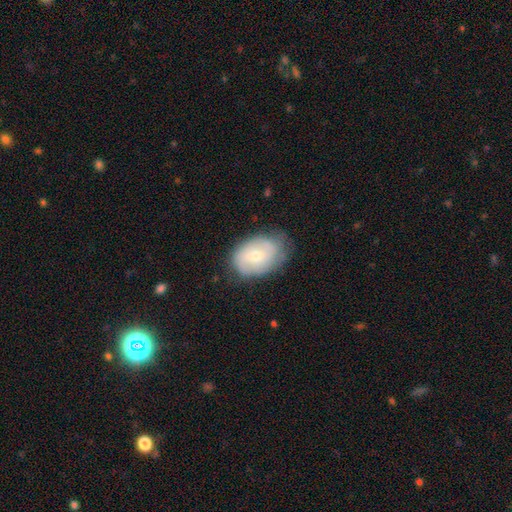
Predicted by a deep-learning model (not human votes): Smooth or featured? Predicted: smooth (p=0.50). How rounded? Predicted: in between (p=0.79). Merging? Predicted: none (p=0.64).